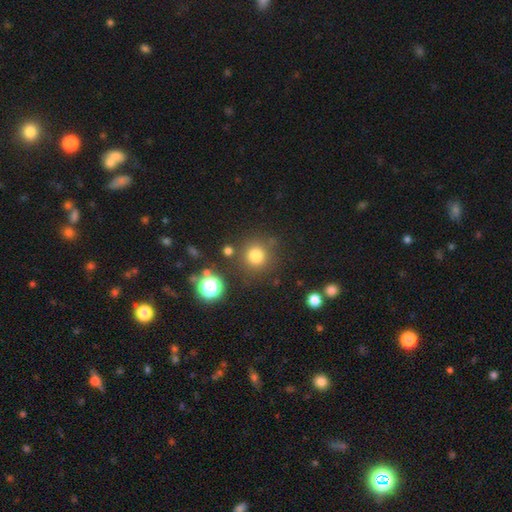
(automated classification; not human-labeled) A smooth galaxy with no disk features (78%) that is round (93%). Merging: none (81%).